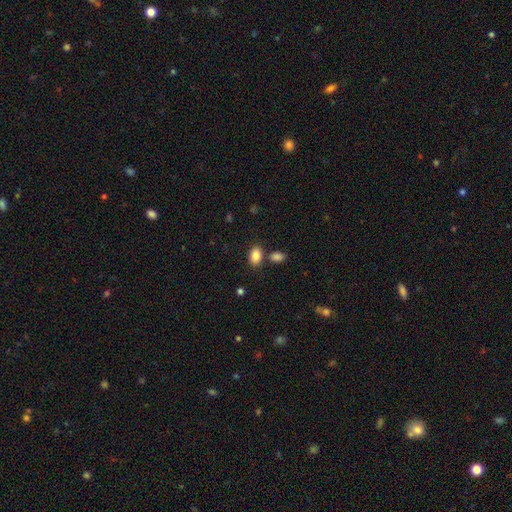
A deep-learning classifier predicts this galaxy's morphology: A smooth galaxy with no disk features (86%) that is in between round and cigar-shaped (81%).

Vote fractions:
- Smooth or featured? smooth: 86% / star or artifact: 9% / featured or disk: 5%
- How rounded? in between: 81% / round: 17% / cigar-shaped: 1%
- Merging? none: 72% / merger: 13% / minor disturbance: 12% / major disturbance: 4%